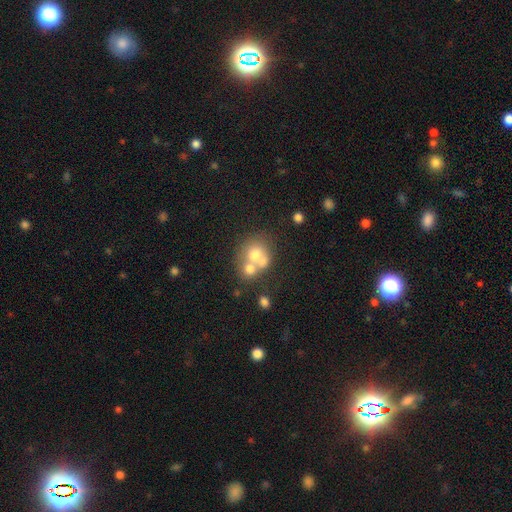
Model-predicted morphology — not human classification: The model was most divided on "merging": merger: 56%, none: 31%, minor disturbance: 8%, major disturbance: 5%. More confident: how rounded — round (75%); smooth or featured — smooth (62%).